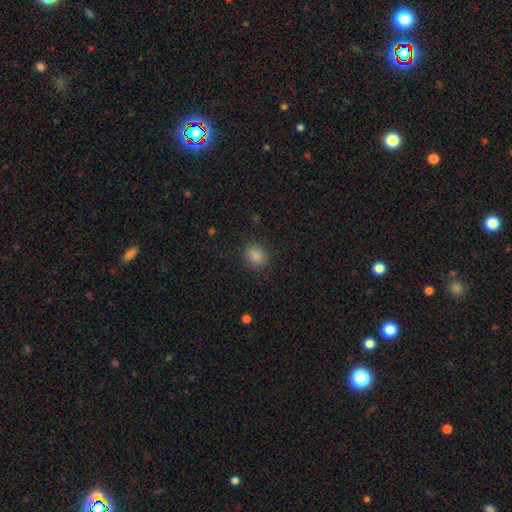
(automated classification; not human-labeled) This is clearly a smooth galaxy (86%). How rounded: likely round (63%). Merging: clearly none (86%).